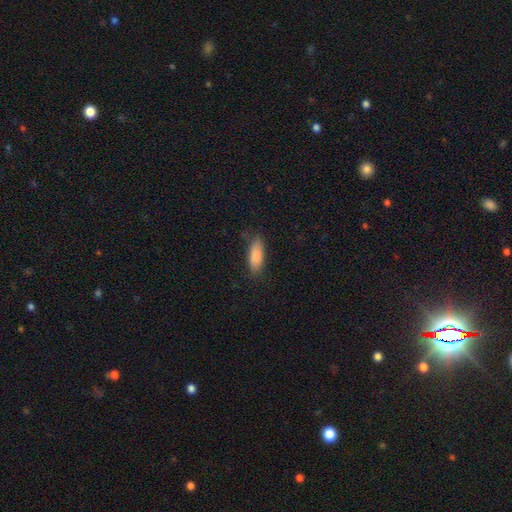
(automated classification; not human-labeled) Smooth or featured? Predicted: smooth (p=0.87). How rounded? Predicted: in between (p=0.69). Merging? Predicted: none (p=0.77).